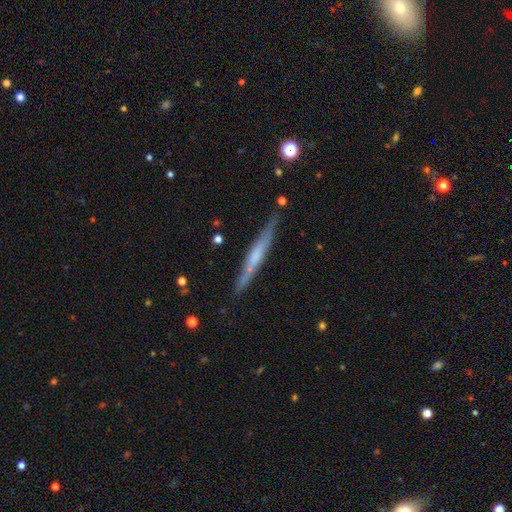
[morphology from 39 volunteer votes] A featured or disk galaxy (74%) viewed edge-on (97%) with a rounded central bulge (50%). Merging: none (92%).